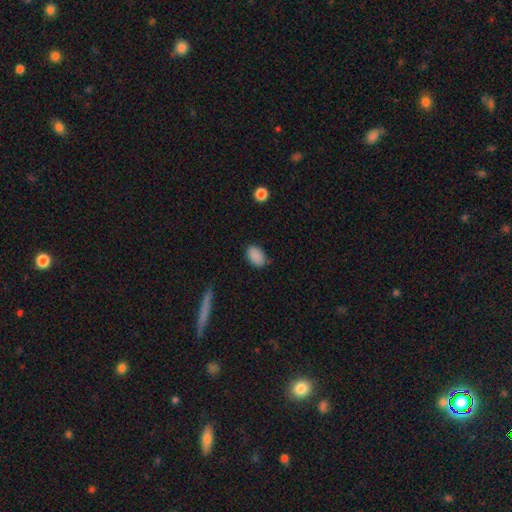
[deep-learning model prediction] Q: Smooth or featured?
A: smooth (88%); runner-up: star or artifact (8%)
Q: How rounded?
A: in between (87%); runner-up: round (12%)
Q: Merging?
A: none (76%); runner-up: minor disturbance (18%)